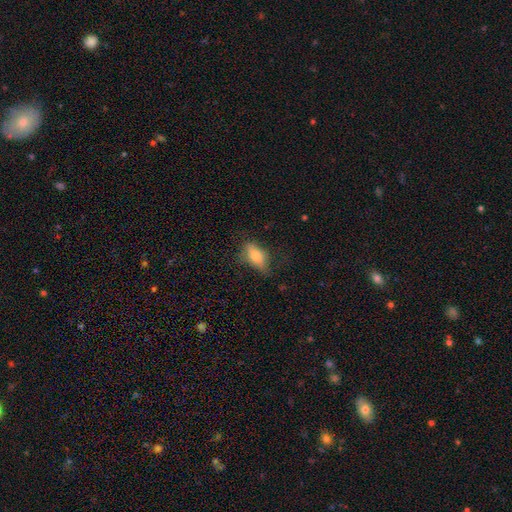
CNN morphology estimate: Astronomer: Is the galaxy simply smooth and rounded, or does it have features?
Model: smooth — 73%.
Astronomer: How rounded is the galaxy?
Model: in between — 84%.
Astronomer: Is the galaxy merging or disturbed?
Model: none — 61%.